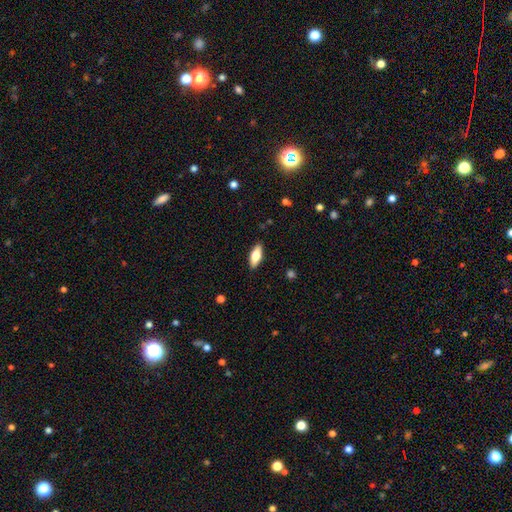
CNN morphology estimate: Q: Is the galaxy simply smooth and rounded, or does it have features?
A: smooth — 67%.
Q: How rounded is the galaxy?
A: in between — 74%.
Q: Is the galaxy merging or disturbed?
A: none — 88%.